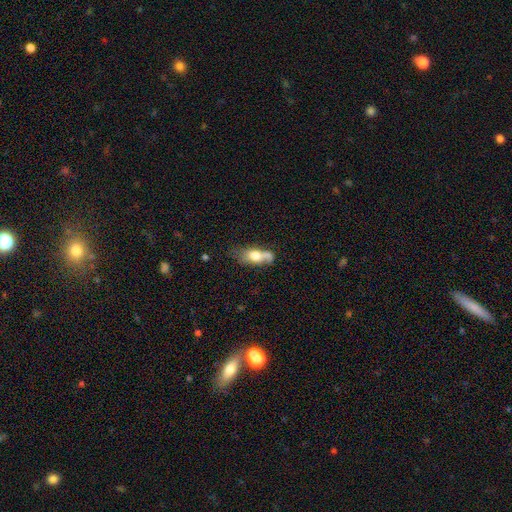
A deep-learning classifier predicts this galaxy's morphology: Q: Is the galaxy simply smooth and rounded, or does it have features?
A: smooth — 63%.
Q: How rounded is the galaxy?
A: in between — 78%.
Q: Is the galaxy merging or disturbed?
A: none — 28%.